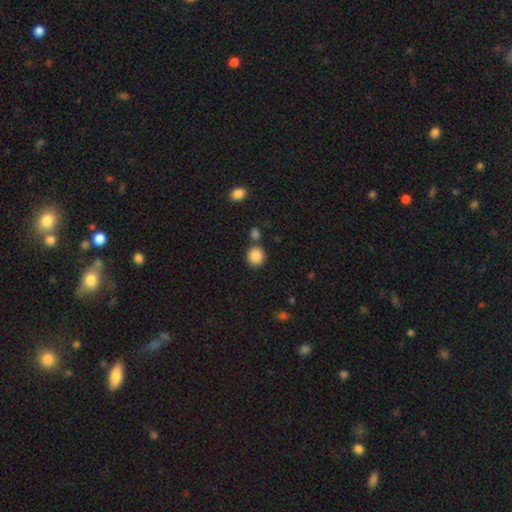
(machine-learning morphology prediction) Overall: smooth (88%). How rounded: round (88%). Merging: none (75%).